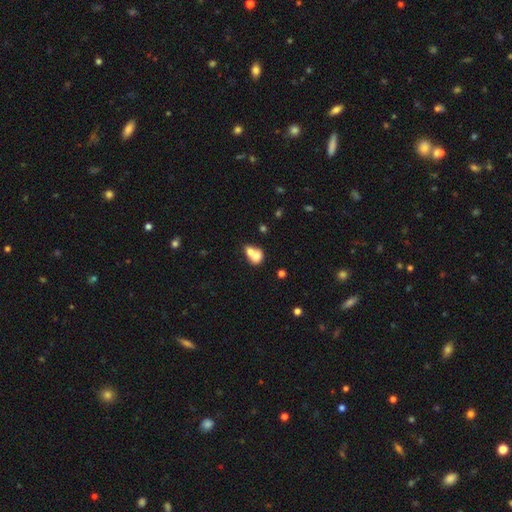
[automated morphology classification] Q: Smooth or featured?
A: smooth (71%); runner-up: featured or disk (20%)
Q: How rounded?
A: round (54%); runner-up: in between (45%)
Q: Merging?
A: merger (70%); runner-up: none (20%)